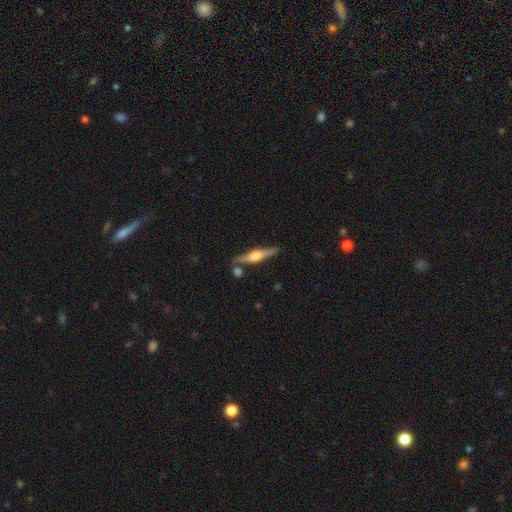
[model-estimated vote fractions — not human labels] Smooth or featured? Predicted: featured or disk (p=0.73). Edge-on disk? Predicted: yes (p=0.97). Edge-on bulge? Predicted: rounded (p=0.89). Merging? Predicted: none (p=0.81).